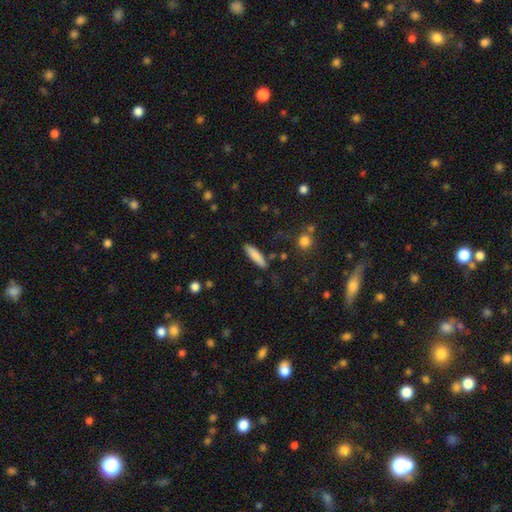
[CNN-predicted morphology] Overall: smooth (84%). How rounded: cigar-shaped (72%). Merging: none (84%).